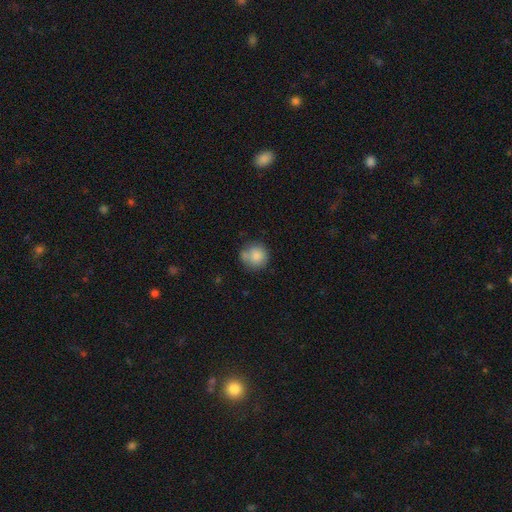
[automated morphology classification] Smooth or featured? smooth (82%)
How rounded? round (90%)
Merging? none (61%)